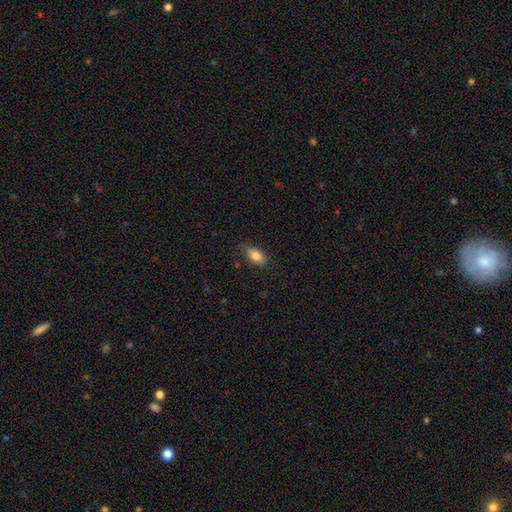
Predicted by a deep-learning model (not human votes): smooth-or-featured: smooth: 82% | featured or disk: 11% | star or artifact: 7%
  how-rounded: in between: 87% | cigar-shaped: 9% | round: 4%
  merging: none: 80% | minor disturbance: 16% | major disturbance: 3% | merger: 1%